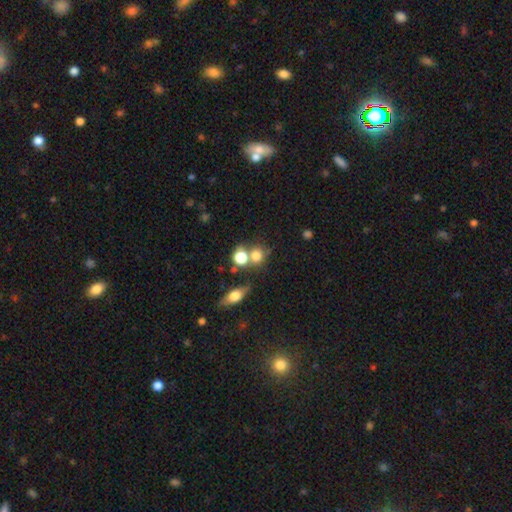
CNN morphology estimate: A smooth galaxy with no disk features (76%) that is round (79%).

Vote fractions:
- Smooth or featured? smooth: 76% / star or artifact: 14% / featured or disk: 10%
- How rounded? round: 79% / in between: 19% / cigar-shaped: 2%
- Merging? none: 54% / merger: 31% / minor disturbance: 10% / major disturbance: 5%